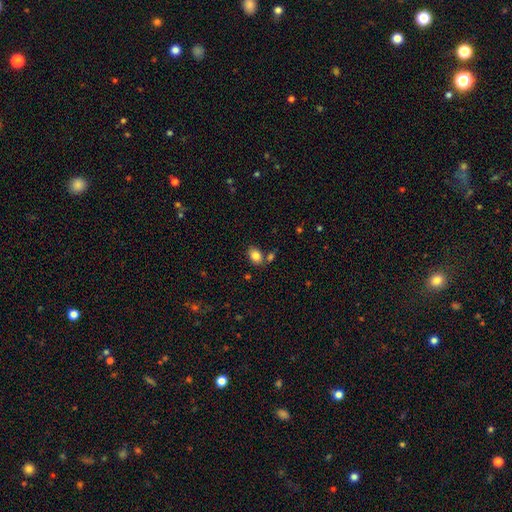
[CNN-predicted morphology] Overall: smooth (84%). How rounded: in between (77%). Merging: none (72%).